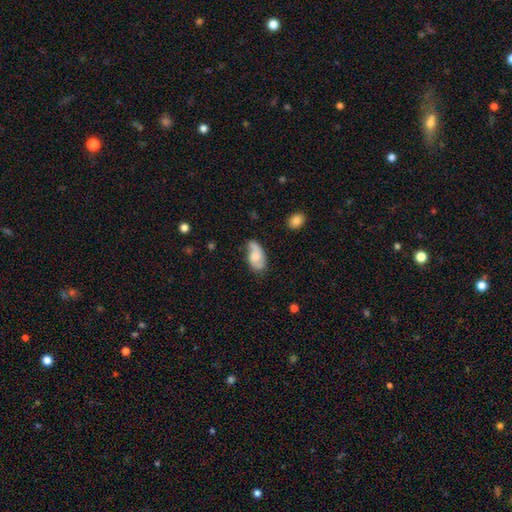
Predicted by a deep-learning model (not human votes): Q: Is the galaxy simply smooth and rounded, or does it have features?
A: smooth — 47%.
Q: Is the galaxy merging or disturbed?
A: none — 57%.